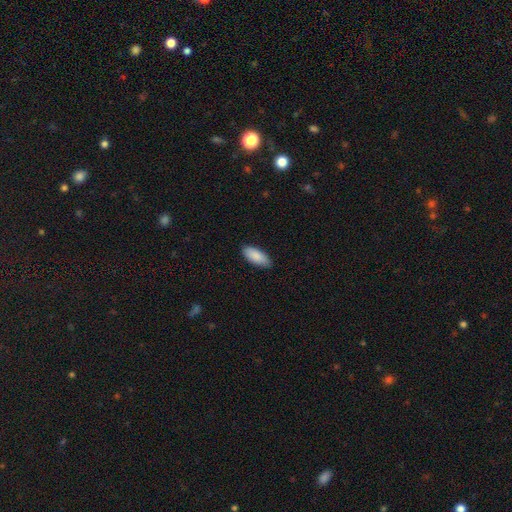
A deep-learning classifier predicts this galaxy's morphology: This is clearly a smooth galaxy (89%). How rounded: clearly in between (84%). Merging: clearly none (86%).